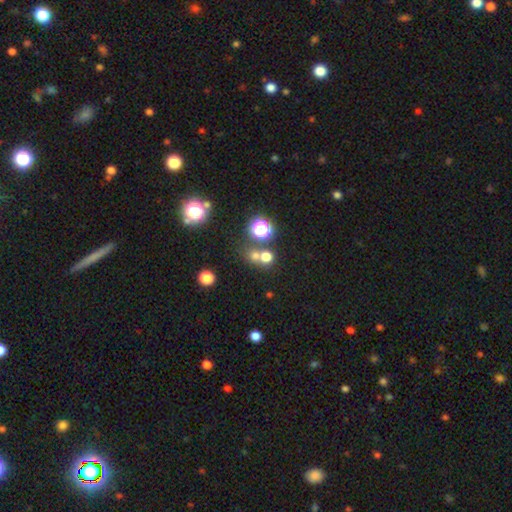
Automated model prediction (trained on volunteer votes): A smooth galaxy with no disk features (61%) that is round (86%). Merging: none (58%).